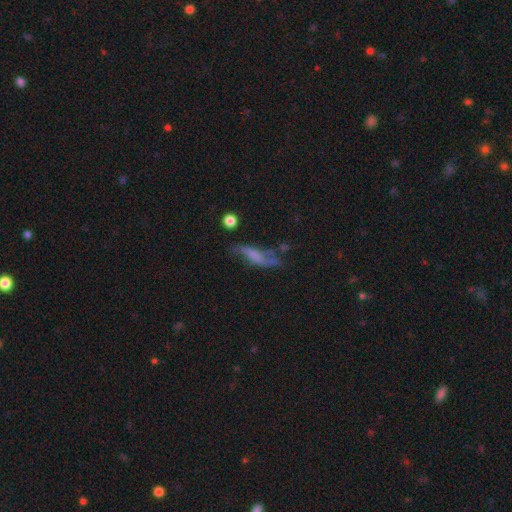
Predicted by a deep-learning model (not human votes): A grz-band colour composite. It shows a featured or disk galaxy (48%). Merging: none (40%).